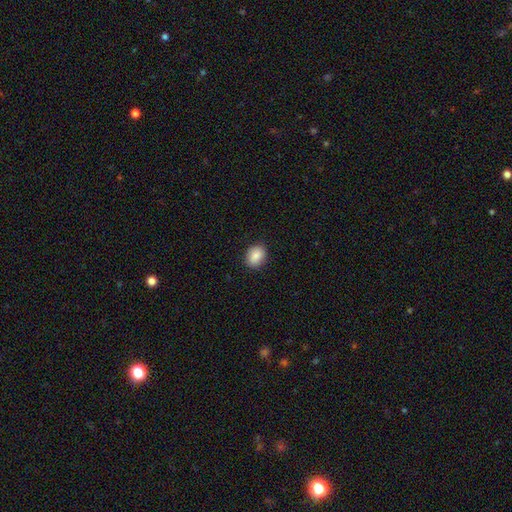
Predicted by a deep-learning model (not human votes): Q: Smooth or featured?
A: smooth (87%); runner-up: star or artifact (8%)
Q: How rounded?
A: in between (53%); runner-up: round (46%)
Q: Merging?
A: none (88%); runner-up: minor disturbance (9%)